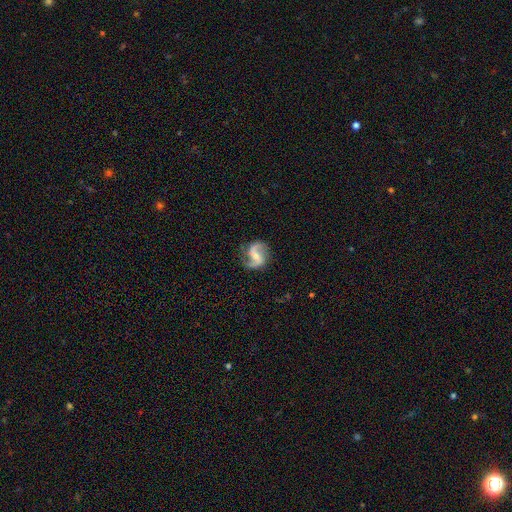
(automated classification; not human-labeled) smooth-or-featured: featured or disk: 88% | smooth: 7% | star or artifact: 5%
  disk-edge-on: no: 98% | yes: 2%
    bar: weak: 46% | no: 27% | strong: 27%
    has-spiral-arms: yes: 97% | no: 3%
      spiral-winding: loose: 59% | medium: 34% | tight: 7%
      spiral-arm-count: 2: 93% | 1: 3% | can't tell: 2% | 3: 1% | 4: 1% | more than 4: 1%
    bulge-size: small: 54% | moderate: 34% | none: 9% | large: 2% | dominant: 1%
  merging: none: 78% | minor disturbance: 14% | major disturbance: 6% | merger: 2%